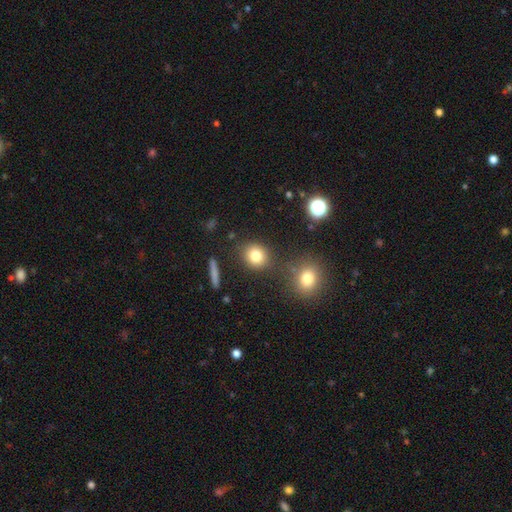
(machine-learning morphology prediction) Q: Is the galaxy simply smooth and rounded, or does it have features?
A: smooth — 80%.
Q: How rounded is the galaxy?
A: round — 77%.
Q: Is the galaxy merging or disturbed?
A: none — 81%.